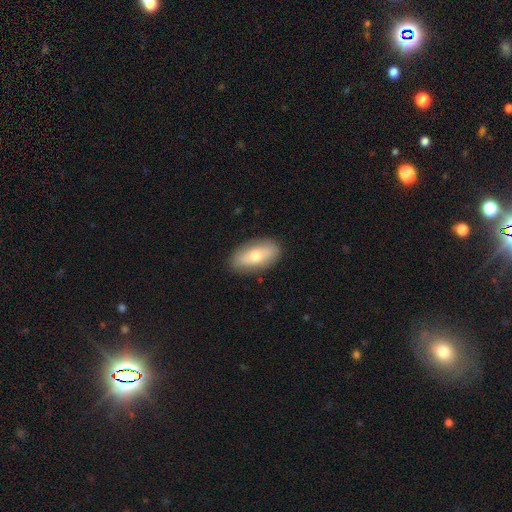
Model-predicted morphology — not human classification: A smooth galaxy with no disk features (63%) that is in between round and cigar-shaped (91%). Merging: none (86%).